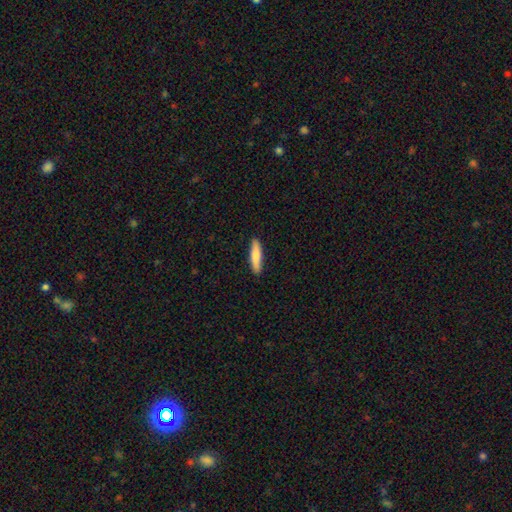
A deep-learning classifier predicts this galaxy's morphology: Overall: smooth (79%). How rounded: cigar-shaped (82%). Merging: none (90%).